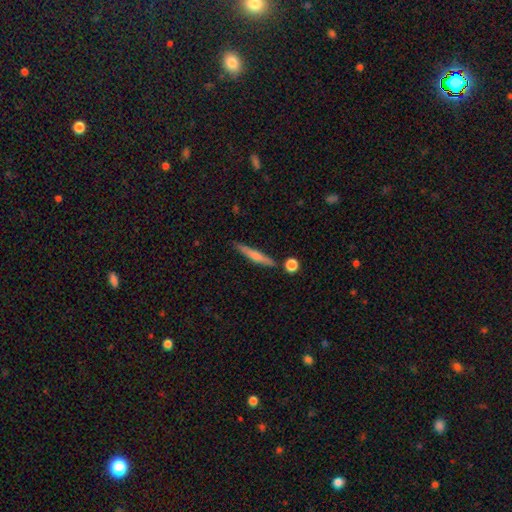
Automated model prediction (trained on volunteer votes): The model was most divided on "smooth or featured": smooth: 55%, featured or disk: 39%, star or artifact: 6%. More confident: how rounded — cigar-shaped (92%); merging — none (81%).